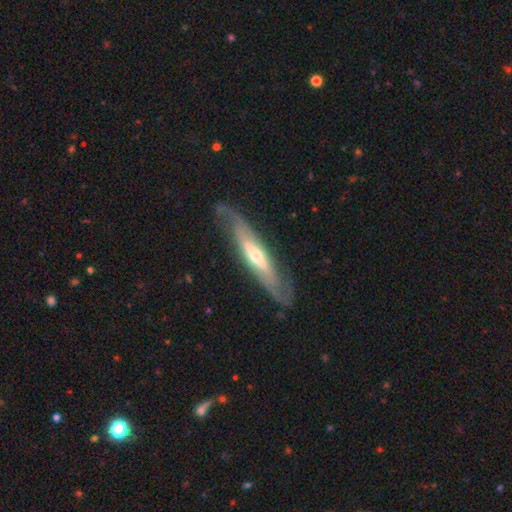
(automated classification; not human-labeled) Smooth or featured? featured or disk (75%)
Edge-on disk? yes (53%)
Merging? none (74%)